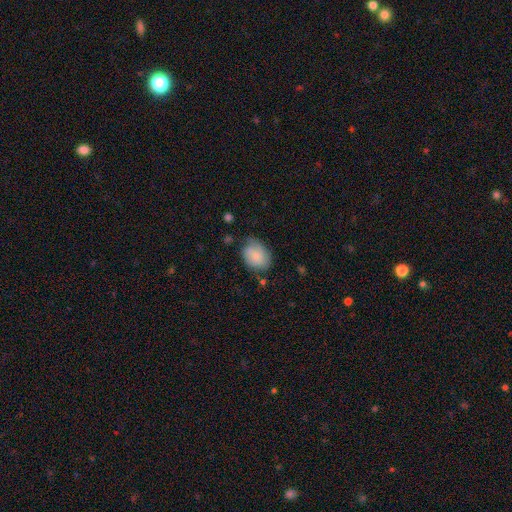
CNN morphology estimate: type=smooth (76%); roundness=in between (65%); merging=none (58%).